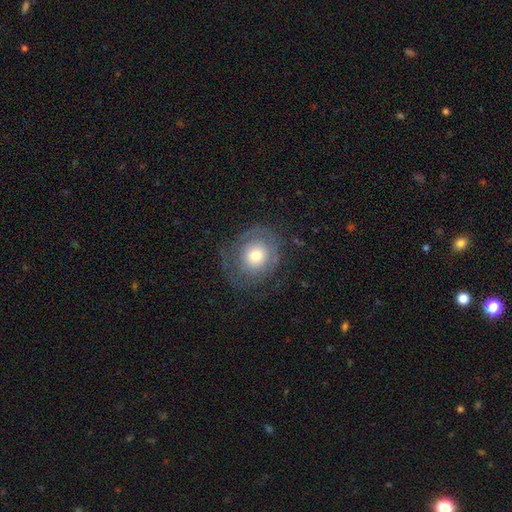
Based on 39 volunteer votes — Smooth or featured: featured or disk — 54% (smooth — 38%)
Edge-on disk: no — 100%
Bar: no — 71% (weak — 29%)
Spiral arms: yes — 67% (no — 33%)
Spiral winding: tight — 57% (medium — 21%)
Spiral arm count: 2 — 50% (can't tell — 21%)
Bulge size: moderate — 71% (large — 14%)
Merging: none — 58% (minor disturbance — 31%)